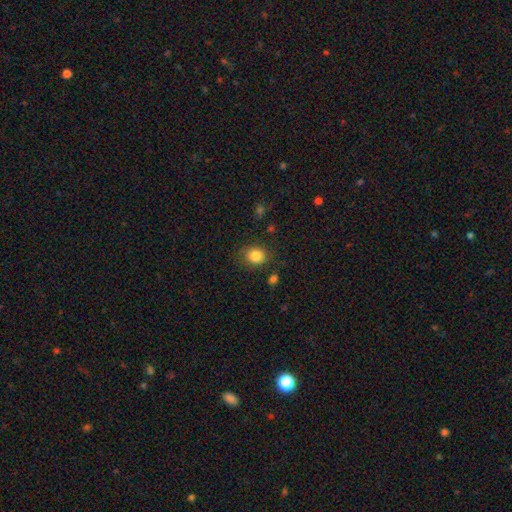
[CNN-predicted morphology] smooth_or_featured: smooth (p=0.84) [alt: star or artifact p=0.10]
how_rounded: round (p=0.72) [alt: in between p=0.27]
merging: none (p=0.83) [alt: minor disturbance p=0.12]